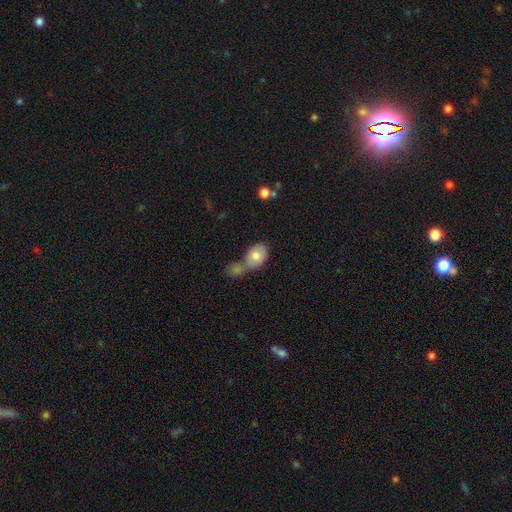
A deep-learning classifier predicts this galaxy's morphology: A smooth galaxy with no disk features (76%) that is in between round and cigar-shaped (71%).

Vote fractions:
- Smooth or featured? smooth: 76% / featured or disk: 16% / star or artifact: 8%
- How rounded? in between: 71% / round: 28% / cigar-shaped: 2%
- Merging? merger: 53% / none: 31% / minor disturbance: 11% / major disturbance: 5%